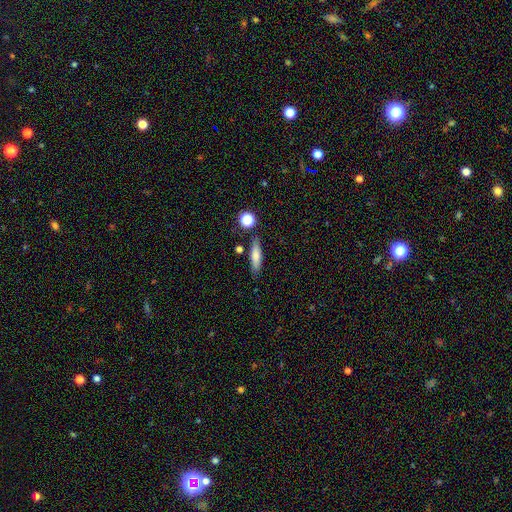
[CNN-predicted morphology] Overall: smooth (75%). How rounded: cigar-shaped (65%; in between 31%). Merging: none (80%).